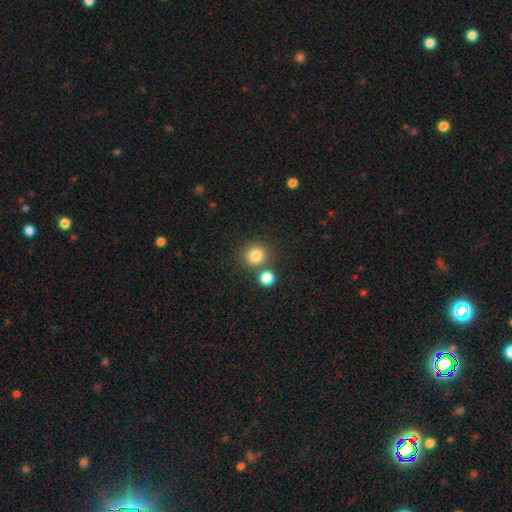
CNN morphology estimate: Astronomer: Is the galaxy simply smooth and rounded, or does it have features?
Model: smooth — 82%.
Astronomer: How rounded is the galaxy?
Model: round — 92%.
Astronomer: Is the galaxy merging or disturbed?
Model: none — 74%.